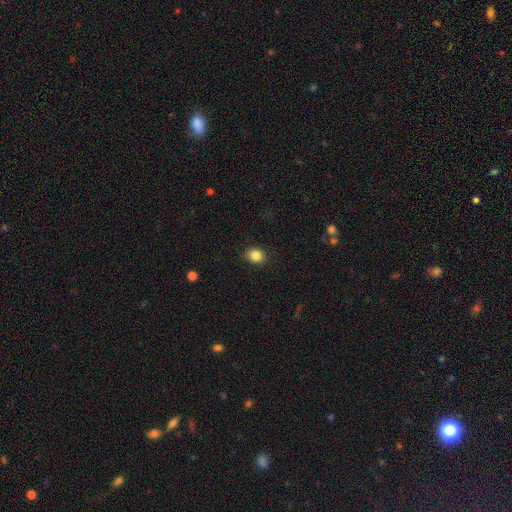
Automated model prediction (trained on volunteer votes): A smooth galaxy with no disk features (85%) that is round (66%). Merging: none (87%).